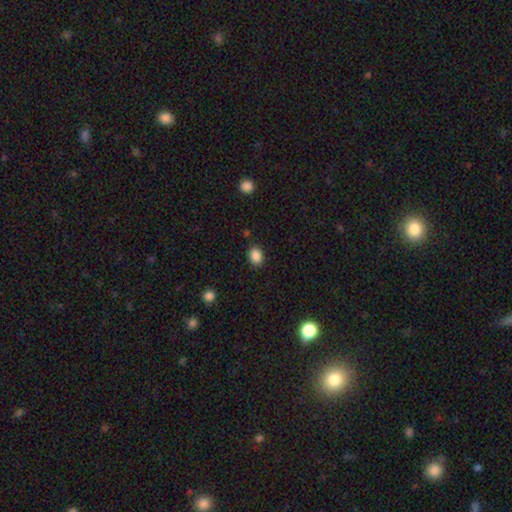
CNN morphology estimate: smooth 88%, star or artifact 9%, featured or disk 3%. Down the decision tree: how rounded — in between (68%); merging — none (86%).